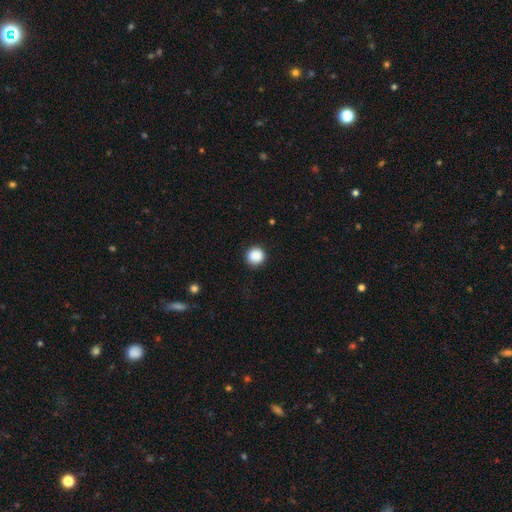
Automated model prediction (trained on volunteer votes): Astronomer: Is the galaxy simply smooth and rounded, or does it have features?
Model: smooth — 89%.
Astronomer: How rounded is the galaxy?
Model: round — 95%.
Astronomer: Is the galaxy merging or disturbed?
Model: none — 92%.